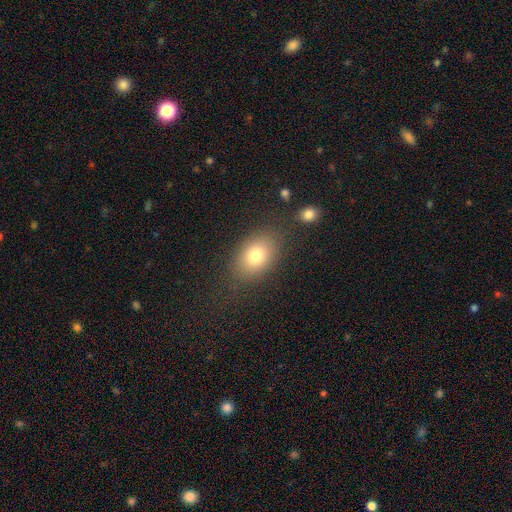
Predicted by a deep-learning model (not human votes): Smooth or featured: smooth — 78% (featured or disk — 12%)
How rounded: in between — 79% (round — 19%)
Merging: none — 76% (minor disturbance — 14%)